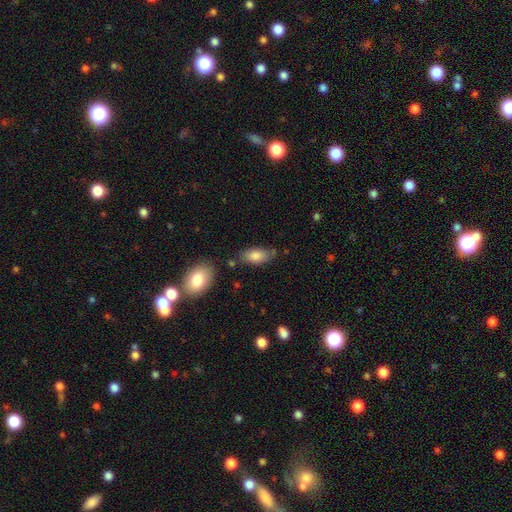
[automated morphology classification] A smooth galaxy with no disk features (82%) that is in between round and cigar-shaped (90%).

Vote fractions:
- Smooth or featured? smooth: 82% / featured or disk: 11% / star or artifact: 7%
- How rounded? in between: 90% / cigar-shaped: 7% / round: 3%
- Merging? none: 70% / minor disturbance: 20% / merger: 6% / major disturbance: 4%